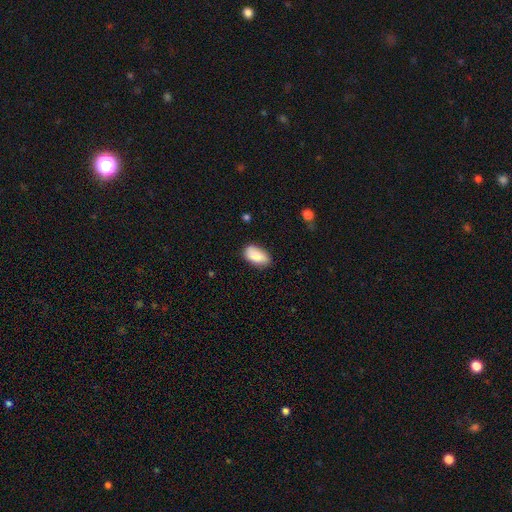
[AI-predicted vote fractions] The model was most divided on "merging": none: 76%, minor disturbance: 20%, major disturbance: 3%, merger: 1%. More confident: how rounded — in between (93%); smooth or featured — smooth (85%).